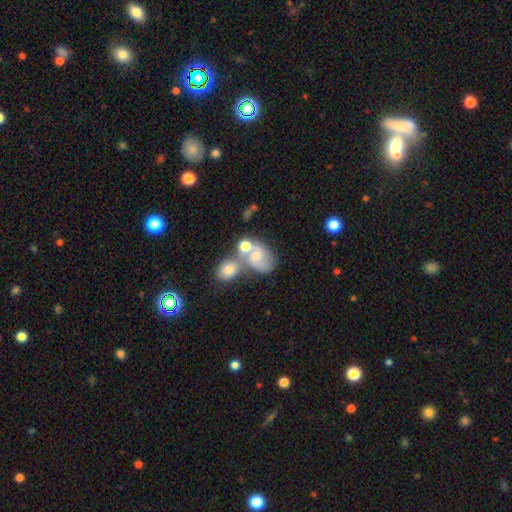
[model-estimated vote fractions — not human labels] Q: Smooth or featured?
A: featured or disk (48%); runner-up: smooth (38%)
Q: Merging?
A: merger (44%); runner-up: none (32%)